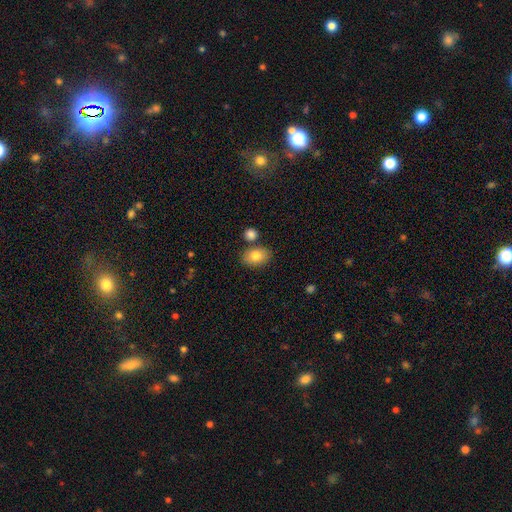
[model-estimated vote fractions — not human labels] smooth_or_featured: smooth (p=0.82) [alt: featured or disk p=0.11]
how_rounded: in between (p=0.77) [alt: round p=0.22]
merging: none (p=0.74) [alt: minor disturbance p=0.12]